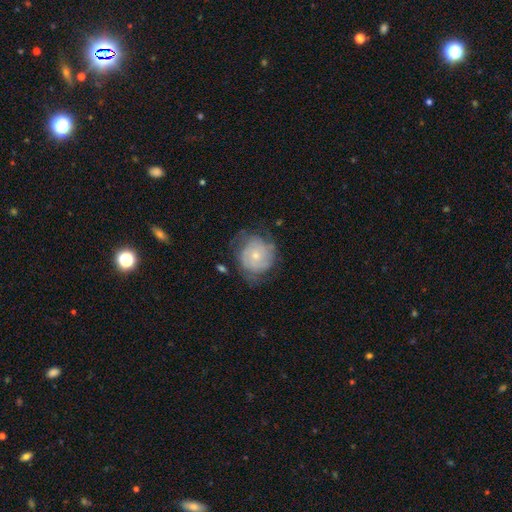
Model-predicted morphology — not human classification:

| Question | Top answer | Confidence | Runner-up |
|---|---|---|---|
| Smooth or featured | featured or disk | 66% | smooth (28%) |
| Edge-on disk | no | 98% | yes (2%) |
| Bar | no | 81% | weak (16%) |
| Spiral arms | yes | 85% | no (15%) |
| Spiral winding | tight | 64% | medium (27%) |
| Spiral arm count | can't tell | 39% | 2 (29%) |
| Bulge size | small | 67% | moderate (29%) |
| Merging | none | 60% | minor disturbance (25%) |